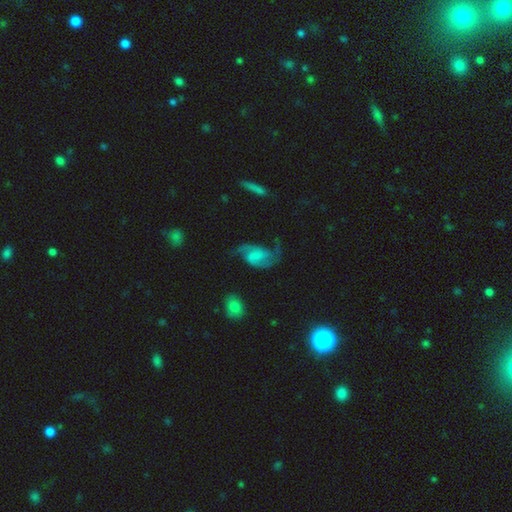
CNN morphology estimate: Smooth or featured: featured or disk — 80% (smooth — 13%)
Edge-on disk: no — 98% (yes — 2%)
Bar: weak — 45% (no — 40%)
Spiral arms: yes — 95% (no — 5%)
Spiral winding: loose — 47% (medium — 42%)
Spiral arm count: 2 — 92% (can't tell — 3%)
Bulge size: none — 56% (small — 19%)
Merging: none — 61% (minor disturbance — 21%)